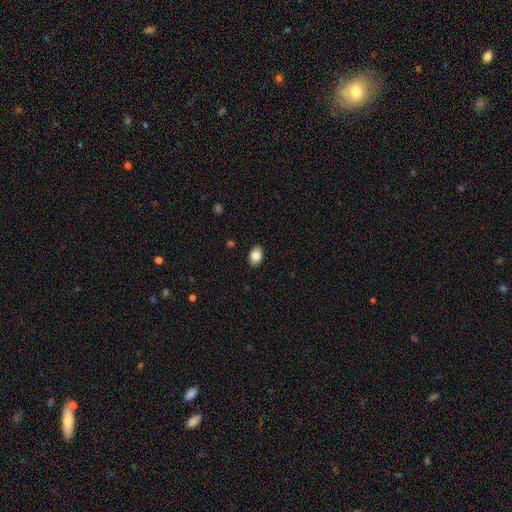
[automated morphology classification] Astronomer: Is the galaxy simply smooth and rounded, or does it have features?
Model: smooth — 84%.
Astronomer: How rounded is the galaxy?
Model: in between — 87%.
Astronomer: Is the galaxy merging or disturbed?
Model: none — 89%.